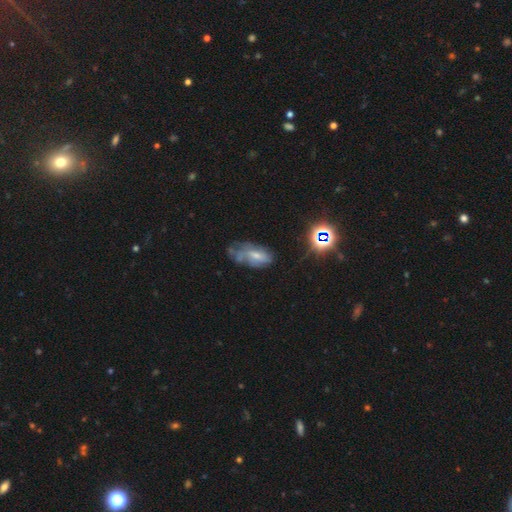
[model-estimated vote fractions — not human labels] Smooth or featured: featured or disk — 45% (smooth — 40%)
Merging: none — 34% (minor disturbance — 33%)